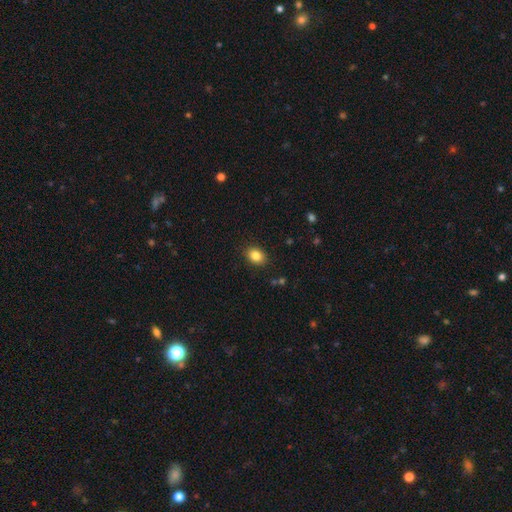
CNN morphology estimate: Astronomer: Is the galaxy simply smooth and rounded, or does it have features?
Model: smooth — 85%.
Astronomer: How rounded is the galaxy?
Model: in between — 62%.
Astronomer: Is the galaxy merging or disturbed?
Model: none — 89%.